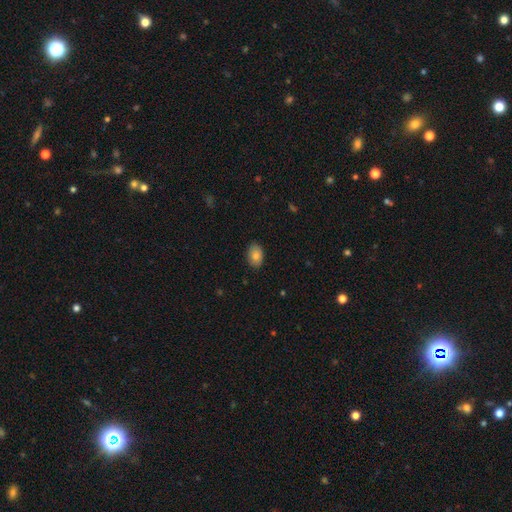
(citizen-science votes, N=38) Smooth or featured?
  - smooth: 71% *
  - featured or disk: 21%
  - star or artifact: 8%
How rounded?
  - in between: 85% *
  - round: 15%
  - cigar-shaped: 0%
Merging?
  - none: 77% *
  - minor disturbance: 17%
  - major disturbance: 3%
  - merger: 3%